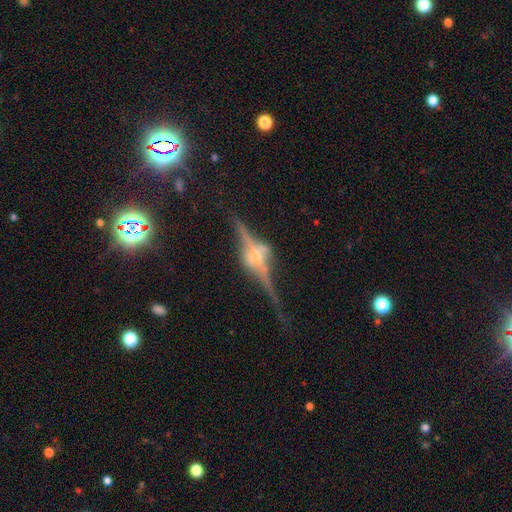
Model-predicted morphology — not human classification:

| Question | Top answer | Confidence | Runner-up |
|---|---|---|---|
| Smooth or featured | featured or disk | 88% | star or artifact (7%) |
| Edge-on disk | yes | 96% | no (4%) |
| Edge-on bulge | rounded | 87% | boxy (10%) |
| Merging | none | 78% | minor disturbance (14%) |